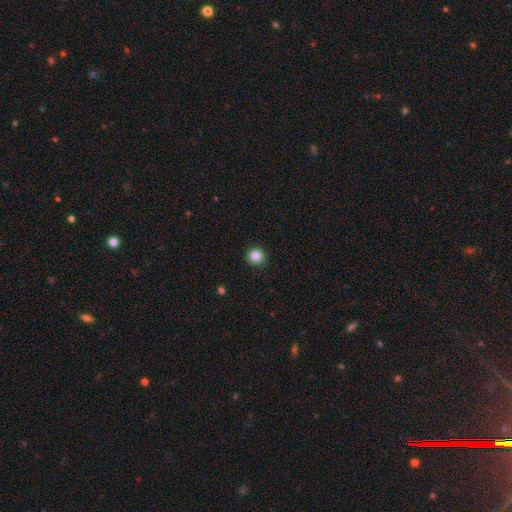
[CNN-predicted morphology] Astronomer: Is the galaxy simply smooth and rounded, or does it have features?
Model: smooth — 84%.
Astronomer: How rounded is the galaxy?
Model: round — 95%.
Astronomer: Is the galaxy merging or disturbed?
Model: none — 90%.